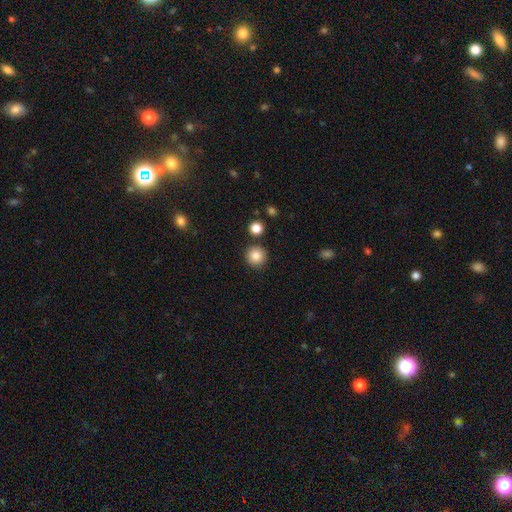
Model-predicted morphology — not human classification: The model was most divided on "smooth or featured": smooth: 85%, star or artifact: 10%, featured or disk: 5%. More confident: how rounded — round (94%); merging — none (87%).